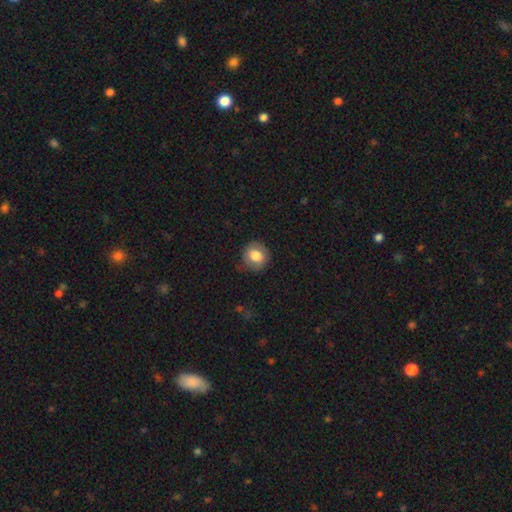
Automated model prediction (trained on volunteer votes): Smooth or featured? Predicted: smooth (p=0.80). How rounded? Predicted: round (p=0.81). Merging? Predicted: none (p=0.80).